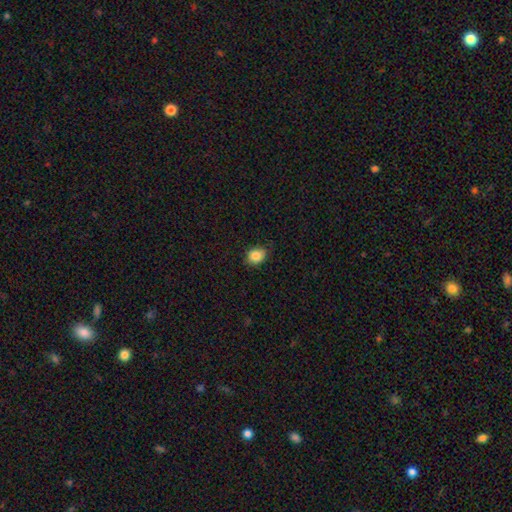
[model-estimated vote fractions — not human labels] The model was most divided on "how rounded": round: 52%, in between: 47%, cigar-shaped: 1%. More confident: smooth or featured — smooth (86%); merging — none (81%).